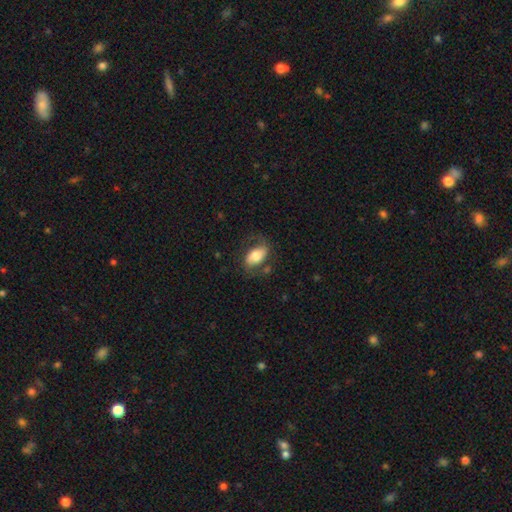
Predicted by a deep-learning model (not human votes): Morphology: type=smooth (50%); merging=none (58%).